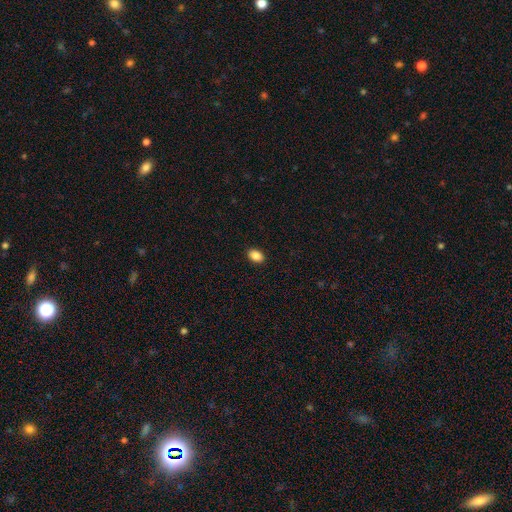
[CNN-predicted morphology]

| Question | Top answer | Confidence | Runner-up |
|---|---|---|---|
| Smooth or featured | smooth | 88% | star or artifact (8%) |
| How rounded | in between | 84% | round (14%) |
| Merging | none | 91% | minor disturbance (7%) |